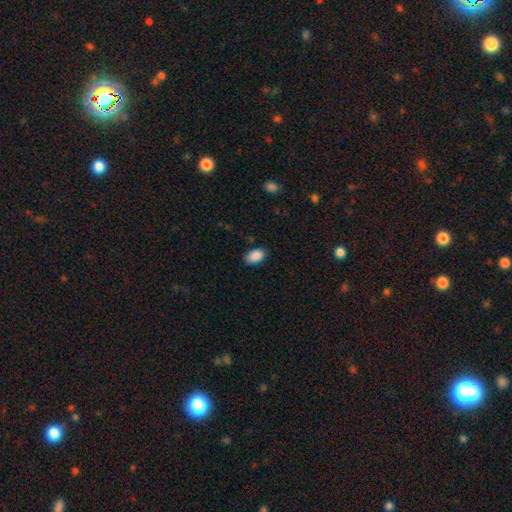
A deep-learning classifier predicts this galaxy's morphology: Smooth or featured? smooth (90%)
How rounded? in between (91%)
Merging? none (84%)